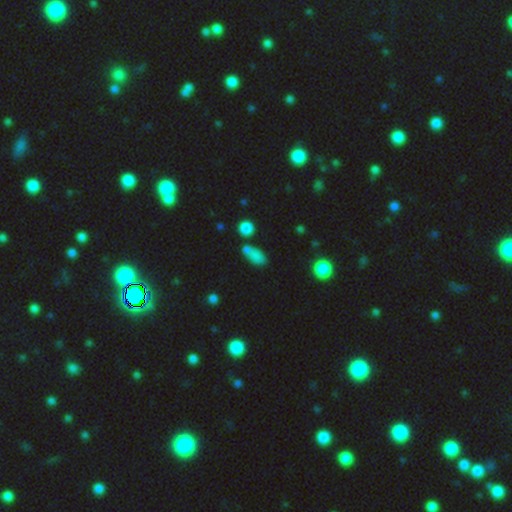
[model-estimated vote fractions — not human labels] Smooth or featured? smooth (75%)
How rounded? in between (80%)
Merging? none (49%)